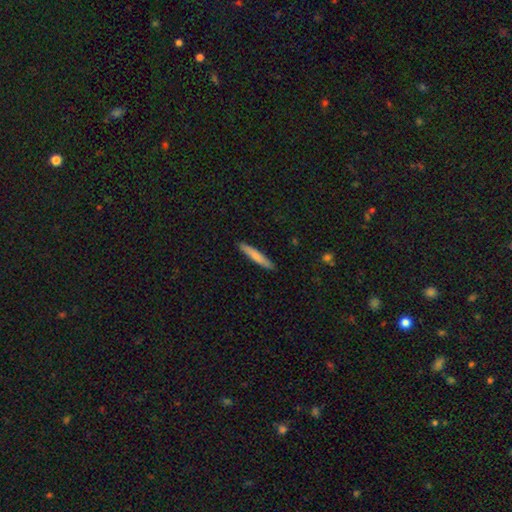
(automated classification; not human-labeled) Morphology: type=smooth (74%); roundness=cigar-shaped (93%); merging=none (89%).